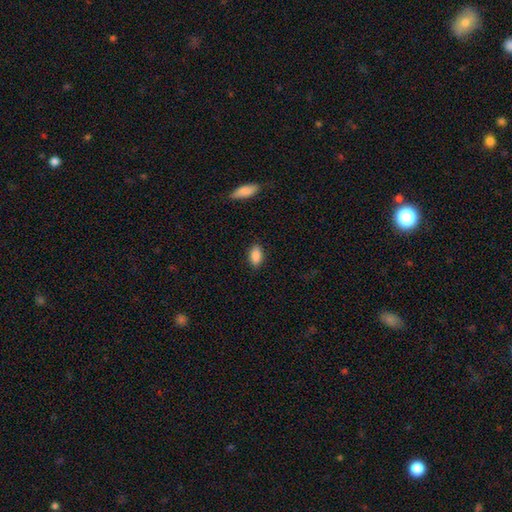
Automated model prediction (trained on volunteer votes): Overall: smooth (88%). How rounded: in between (91%). Merging: none (86%).